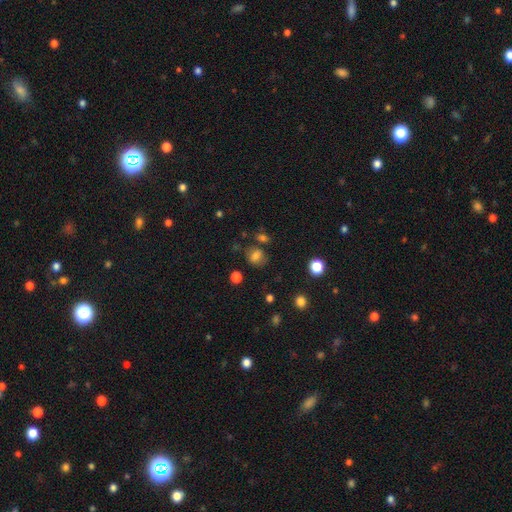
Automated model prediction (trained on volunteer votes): smooth_or_featured: smooth (p=0.74) [alt: star or artifact p=0.16]
how_rounded: round (p=0.61) [alt: in between p=0.38]
merging: none (p=0.69) [alt: minor disturbance p=0.17]